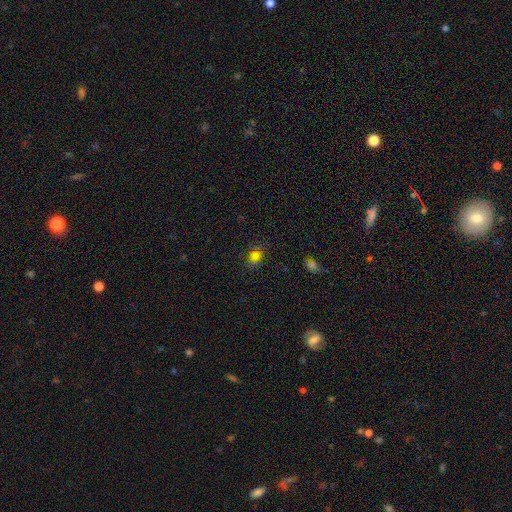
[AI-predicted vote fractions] This appears to be a smooth galaxy with no disk features (72%) that is in between round and cigar-shaped (51%). Merging: none (77%).